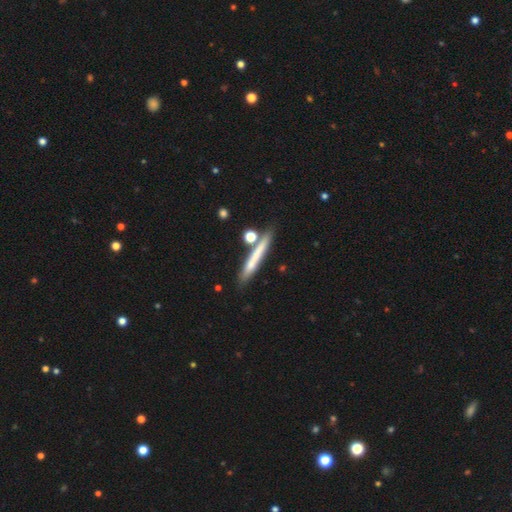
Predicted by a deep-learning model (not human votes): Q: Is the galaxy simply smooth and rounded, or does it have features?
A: smooth — 58%.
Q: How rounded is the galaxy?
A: cigar-shaped — 92%.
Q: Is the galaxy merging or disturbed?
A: none — 76%.